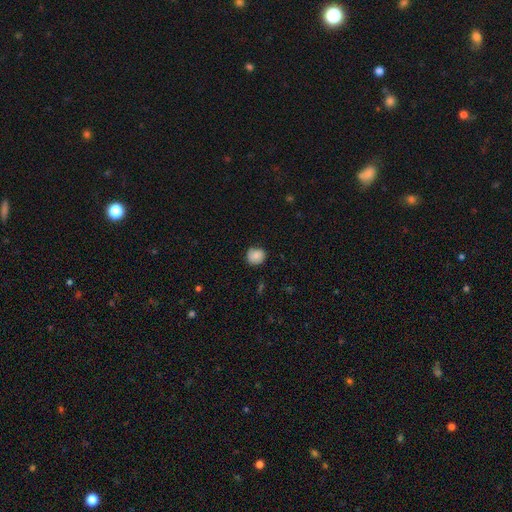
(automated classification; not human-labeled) A smooth galaxy with no disk features (81%) that is round (86%). Merging: none (75%).